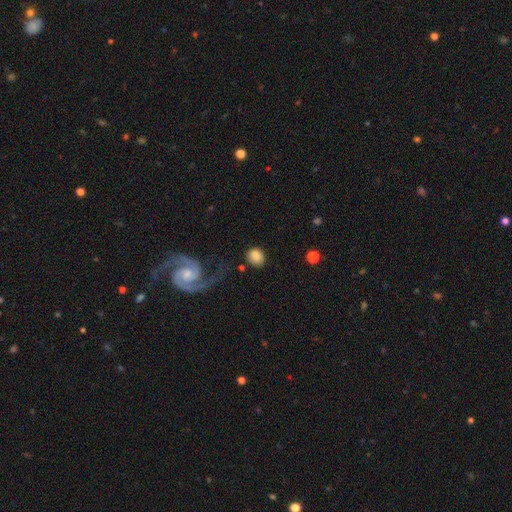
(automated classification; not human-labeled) The model was most divided on "how rounded": round: 72%, in between: 26%, cigar-shaped: 1%. More confident: smooth or featured — smooth (79%); merging — none (73%).